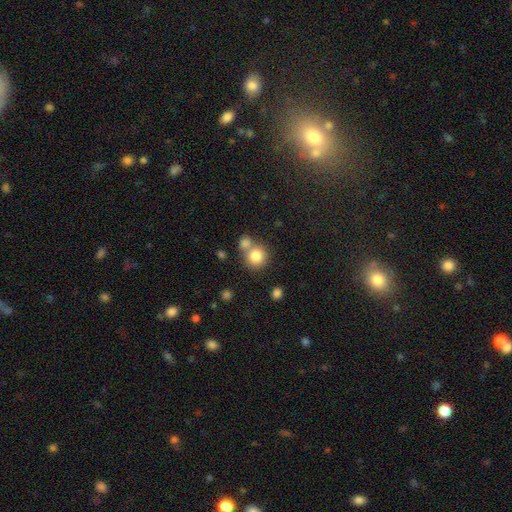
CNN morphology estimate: smooth-or-featured: smooth: 81% | star or artifact: 10% | featured or disk: 8%
  how-rounded: round: 88% | in between: 11% | cigar-shaped: 1%
  merging: none: 52% | merger: 36% | minor disturbance: 8% | major disturbance: 3%